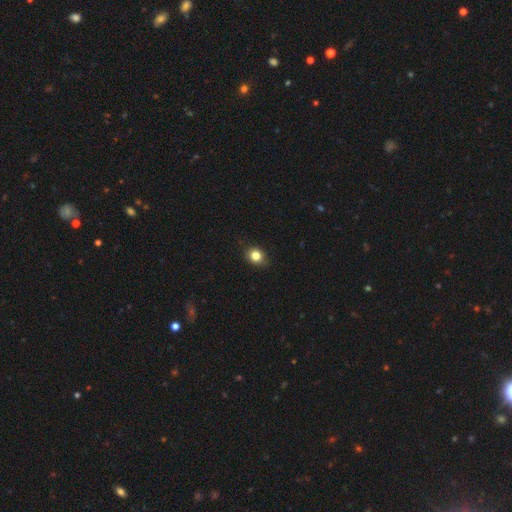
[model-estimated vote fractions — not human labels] smooth-or-featured: smooth: 82% | star or artifact: 12% | featured or disk: 6%
  how-rounded: round: 64% | in between: 35% | cigar-shaped: 1%
  merging: none: 86% | minor disturbance: 11% | major disturbance: 2% | merger: 1%